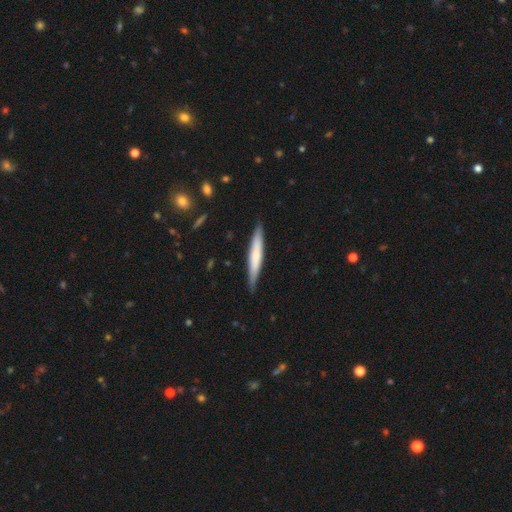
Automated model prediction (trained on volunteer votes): Q: Smooth or featured?
A: smooth (61%); runner-up: featured or disk (34%)
Q: How rounded?
A: cigar-shaped (93%); runner-up: in between (6%)
Q: Merging?
A: none (86%); runner-up: minor disturbance (11%)